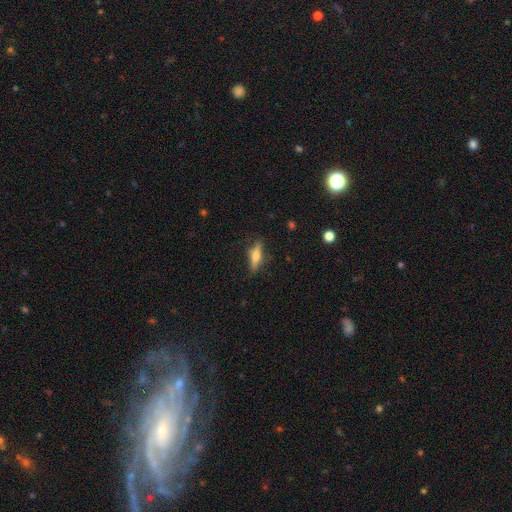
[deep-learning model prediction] Morphology: type=smooth (53%); roundness=cigar-shaped (64%); merging=none (78%).